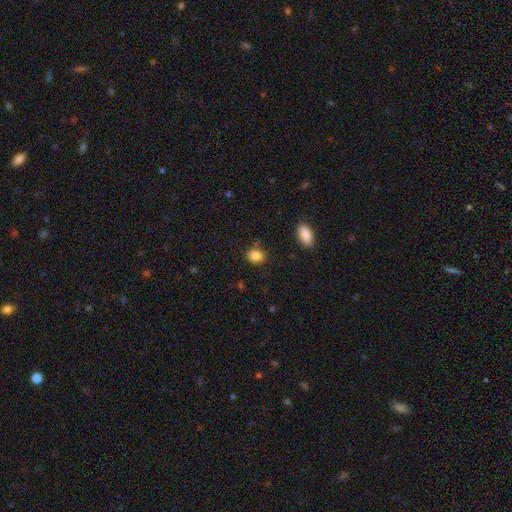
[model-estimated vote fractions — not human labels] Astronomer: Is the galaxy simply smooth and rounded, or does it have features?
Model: smooth — 85%.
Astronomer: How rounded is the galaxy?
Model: in between — 56% (runner-up: round, 43%).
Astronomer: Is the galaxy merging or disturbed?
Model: none — 80%.